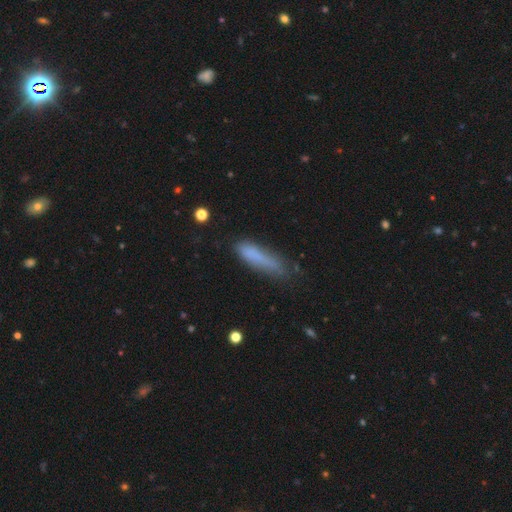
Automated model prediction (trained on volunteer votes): smooth_or_featured: smooth (p=0.76) [alt: featured or disk p=0.15]
how_rounded: cigar-shaped (p=0.77) [alt: in between p=0.21]
merging: none (p=0.57) [alt: minor disturbance p=0.28]